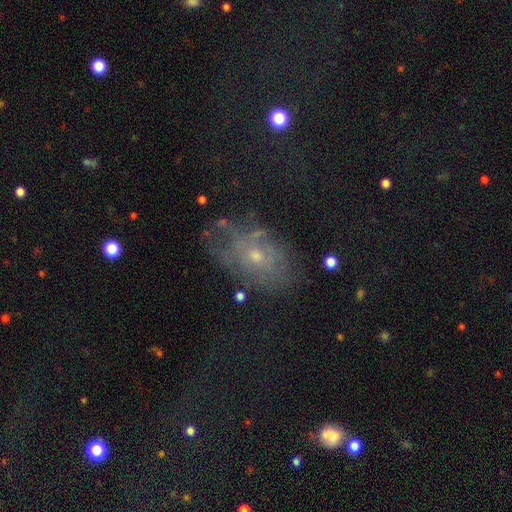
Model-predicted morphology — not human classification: A featured or disk galaxy (46%).

Vote fractions:
- Smooth or featured? featured or disk: 46% / smooth: 36% / star or artifact: 19%
- Merging? none: 57% / minor disturbance: 24% / major disturbance: 17% / merger: 3%